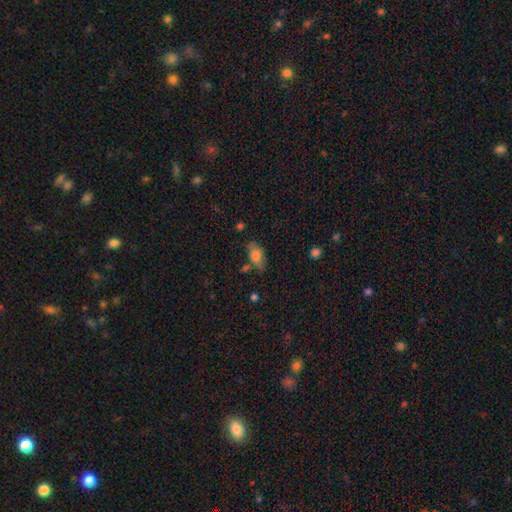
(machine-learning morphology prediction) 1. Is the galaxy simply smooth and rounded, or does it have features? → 75% smooth, 17% featured or disk, 8% star or artifact.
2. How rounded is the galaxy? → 89% in between, 6% round, 5% cigar-shaped.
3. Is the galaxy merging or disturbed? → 63% none, 23% minor disturbance, 7% merger, 6% major disturbance.